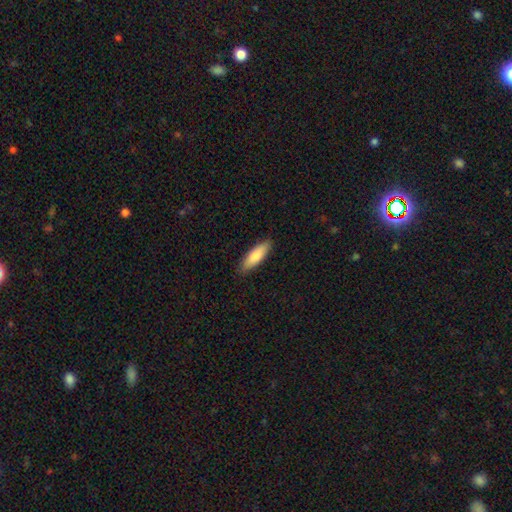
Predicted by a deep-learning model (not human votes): smooth 83%, featured or disk 12%, star or artifact 5%. Down the decision tree: how rounded — cigar-shaped (53%); merging — none (89%).